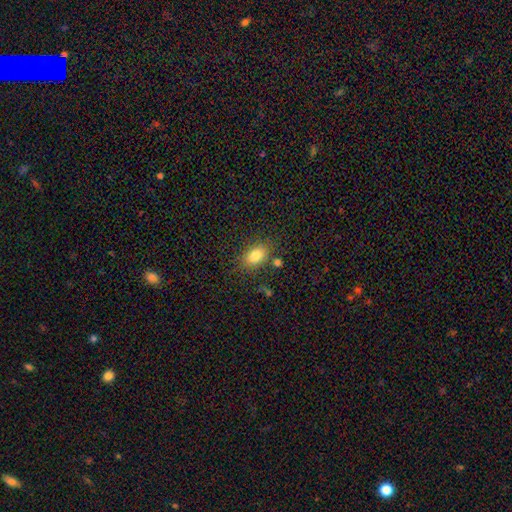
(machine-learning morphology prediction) This appears to be a smooth galaxy with no disk features (81%) that is in between round and cigar-shaped (82%). Merging: none (78%).